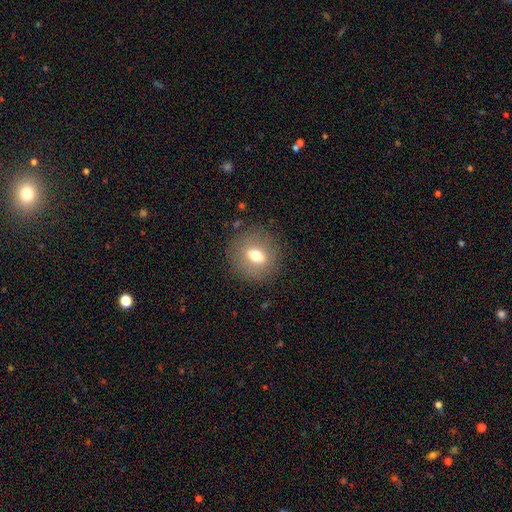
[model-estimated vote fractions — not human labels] Smooth or featured? Predicted: smooth (p=0.63). How rounded? Predicted: round (p=0.72). Merging? Predicted: none (p=0.85).